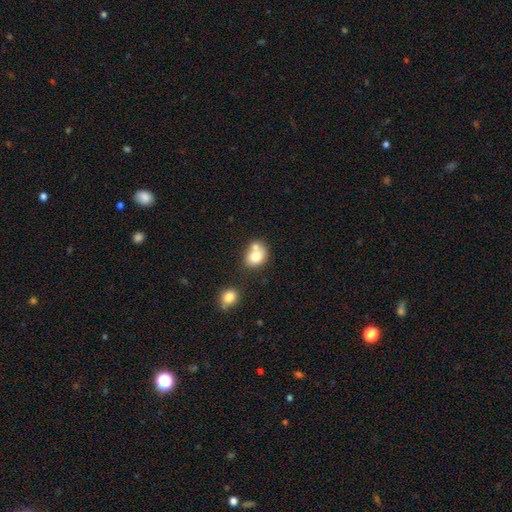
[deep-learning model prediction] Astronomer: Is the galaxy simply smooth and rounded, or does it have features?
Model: smooth — 77%.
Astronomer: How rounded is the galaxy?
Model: round — 51% (runner-up: in between, 48%).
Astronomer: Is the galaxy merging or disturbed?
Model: merger — 42% (runner-up: none, 38%).